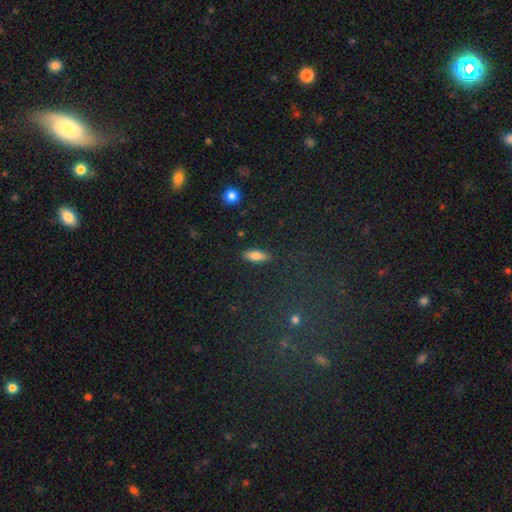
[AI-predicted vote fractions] The model was most divided on "how rounded": in between: 60%, cigar-shaped: 37%, round: 3%. More confident: merging — none (88%); smooth or featured — smooth (78%).